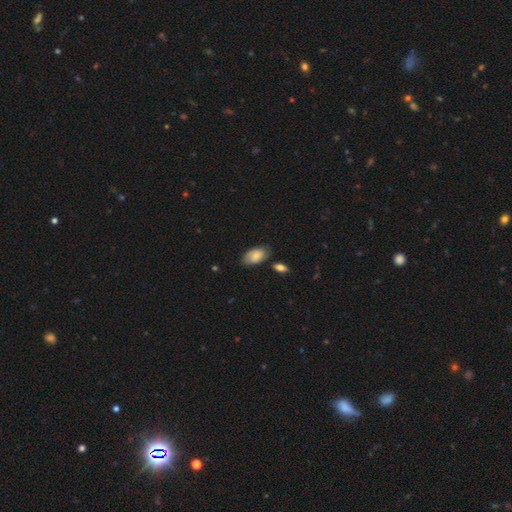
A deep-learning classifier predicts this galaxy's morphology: smooth 70%, featured or disk 23%, star or artifact 7%. Down the decision tree: how rounded — in between (93%); merging — none (73%).